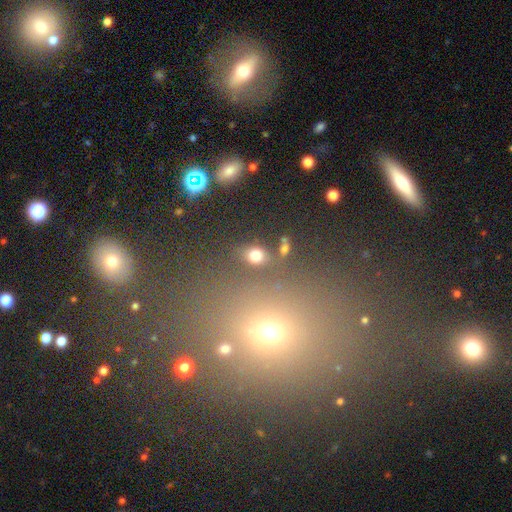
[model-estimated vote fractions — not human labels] Smooth or featured? Predicted: smooth (p=0.74). How rounded? Predicted: in between (p=0.51). Merging? Predicted: none (p=0.74).